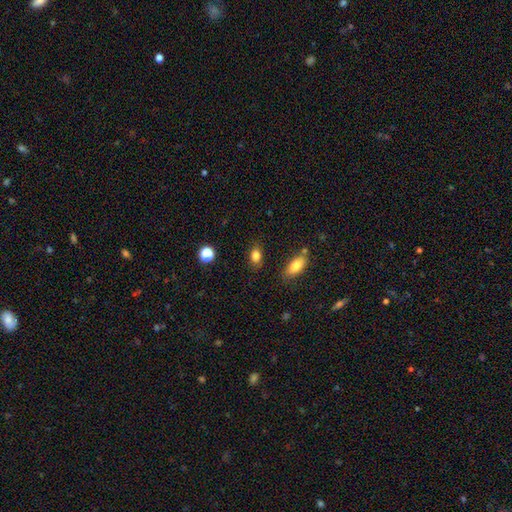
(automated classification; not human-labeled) This appears to be a smooth galaxy with no disk features (84%) that is in between round and cigar-shaped (81%). Merging: none (81%).